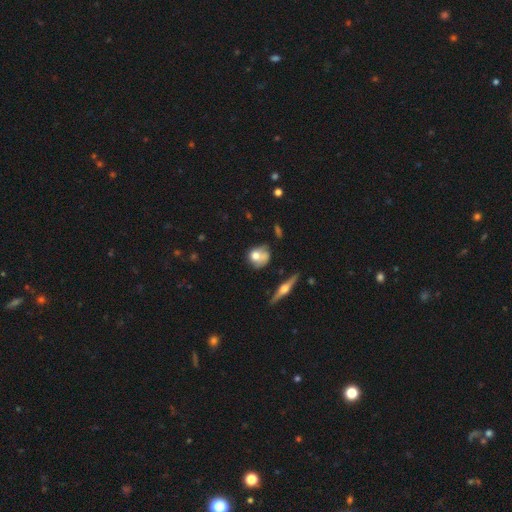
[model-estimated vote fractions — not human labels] Overall: smooth (62%; featured or disk 29%). How rounded: round (75%). Merging: none (48%; minor disturbance 30%).